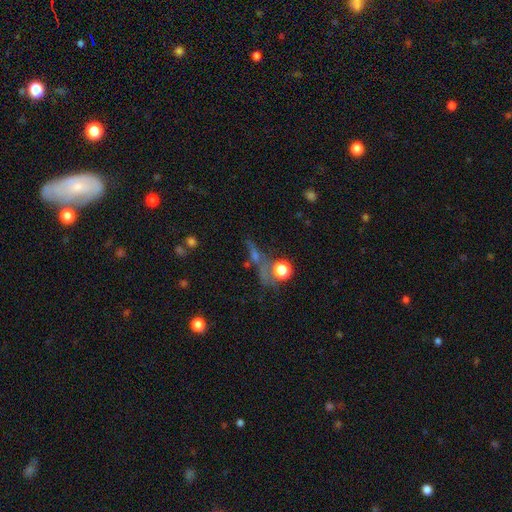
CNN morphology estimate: Smooth or featured?
  - star or artifact: 37% *
  - smooth: 31%
  - featured or disk: 31%